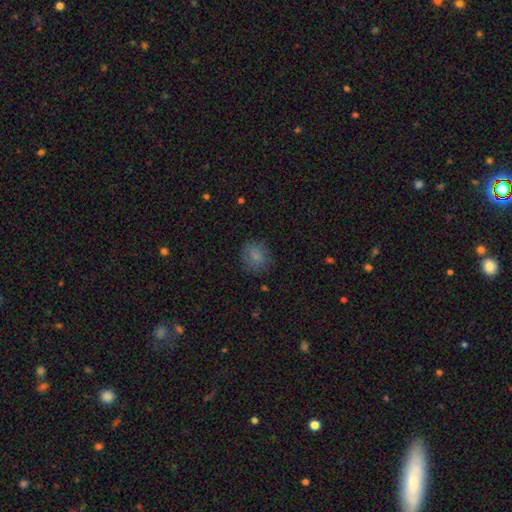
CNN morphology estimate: A smooth galaxy with no disk features (79%) that is round (77%).

Vote fractions:
- Smooth or featured? smooth: 79% / star or artifact: 11% / featured or disk: 10%
- How rounded? round: 77% / in between: 21% / cigar-shaped: 1%
- Merging? none: 80% / minor disturbance: 14% / major disturbance: 5% / merger: 1%